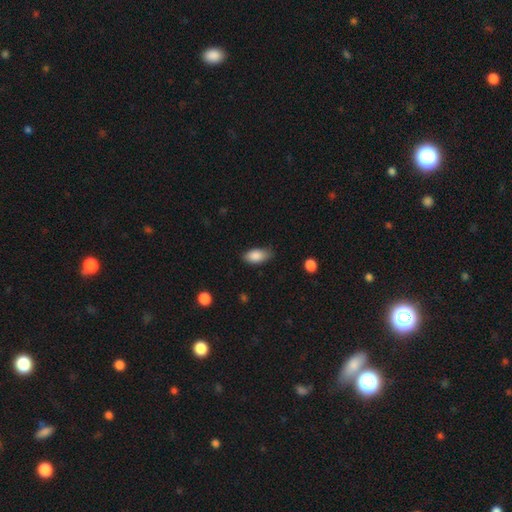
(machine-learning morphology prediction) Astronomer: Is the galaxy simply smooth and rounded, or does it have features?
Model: smooth — 87%.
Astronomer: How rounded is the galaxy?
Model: in between — 92%.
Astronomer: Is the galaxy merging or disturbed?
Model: none — 74%.